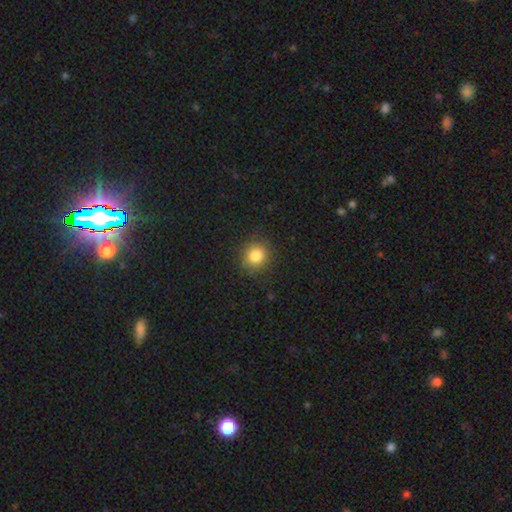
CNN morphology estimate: Smooth or featured? smooth (83%)
How rounded? round (83%)
Merging? none (87%)